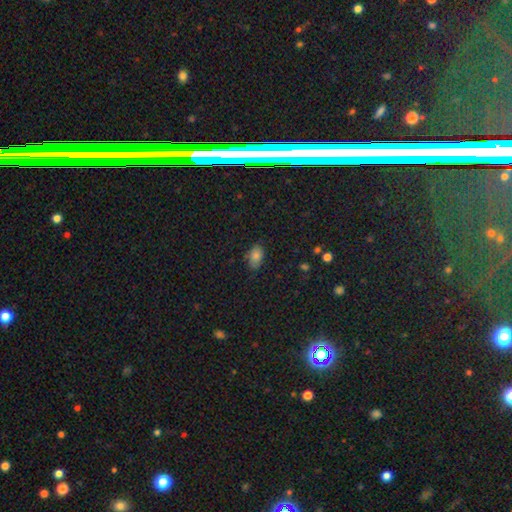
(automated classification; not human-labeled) smooth-or-featured: smooth: 80% | star or artifact: 12% | featured or disk: 8%
  how-rounded: in between: 89% | round: 9% | cigar-shaped: 2%
  merging: none: 77% | minor disturbance: 19% | major disturbance: 3% | merger: 1%